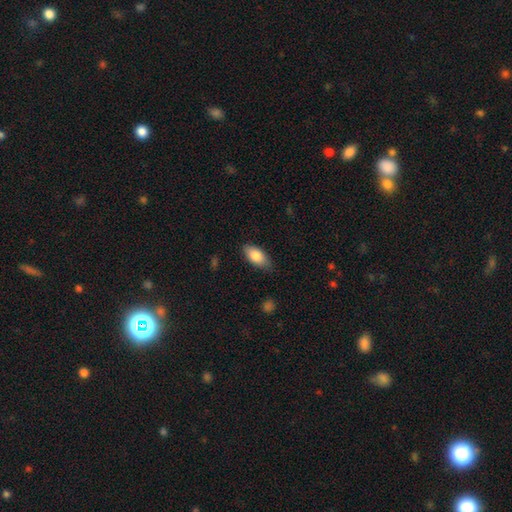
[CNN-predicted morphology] smooth_or_featured: smooth (p=0.83) [alt: featured or disk p=0.11]
how_rounded: in between (p=0.90) [alt: cigar-shaped p=0.07]
merging: none (p=0.80) [alt: minor disturbance p=0.16]